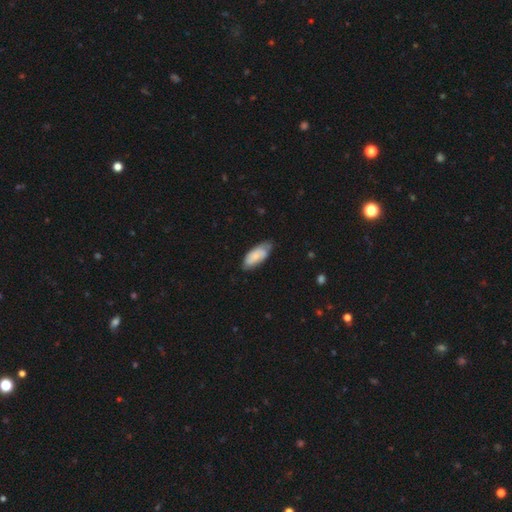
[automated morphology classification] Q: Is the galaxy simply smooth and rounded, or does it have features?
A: smooth — 69%.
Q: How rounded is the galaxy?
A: in between — 84%.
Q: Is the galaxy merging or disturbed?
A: none — 61%.